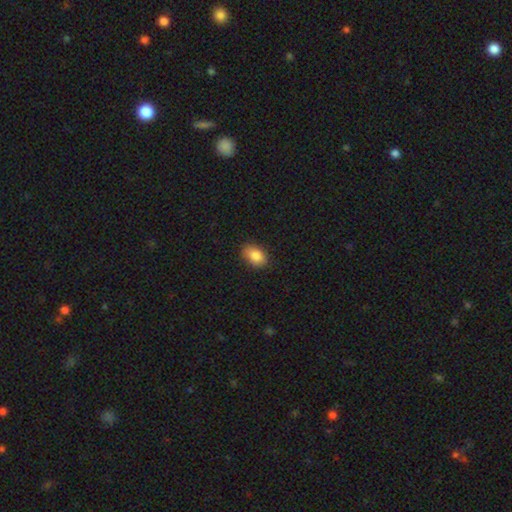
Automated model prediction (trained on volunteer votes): Q: Smooth or featured?
A: smooth (85%); runner-up: star or artifact (8%)
Q: How rounded?
A: in between (86%); runner-up: round (13%)
Q: Merging?
A: none (86%); runner-up: minor disturbance (11%)